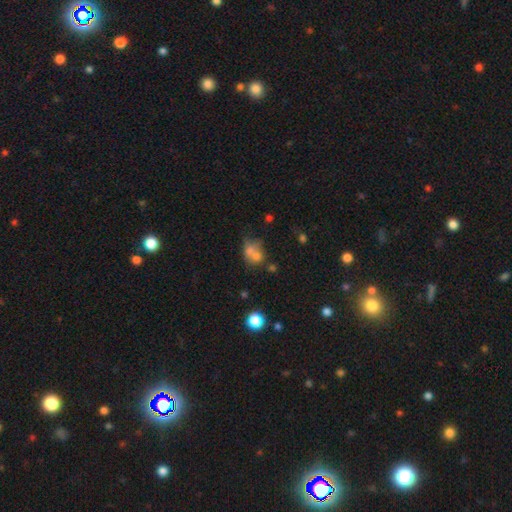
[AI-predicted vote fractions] Morphology: type=smooth (64%); roundness=round (56%); merging=merger (56%).